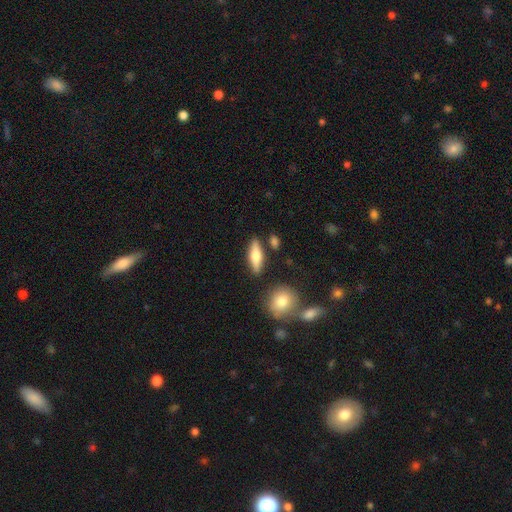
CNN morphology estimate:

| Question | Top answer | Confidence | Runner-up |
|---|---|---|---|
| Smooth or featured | smooth | 54% | featured or disk (40%) |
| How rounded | in between | 49% | cigar-shaped (47%) |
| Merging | none | 83% | minor disturbance (9%) |